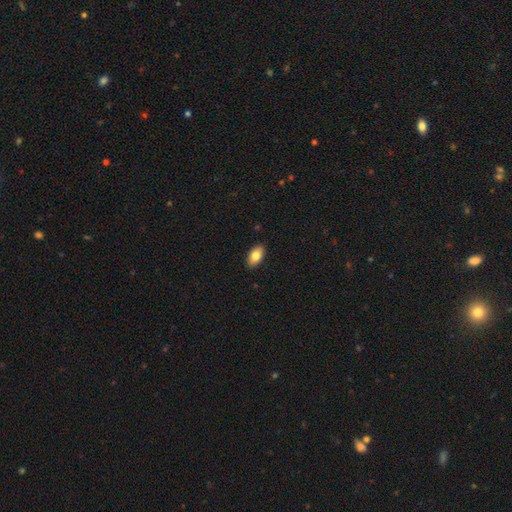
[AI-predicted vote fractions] A smooth galaxy with no disk features (81%) that is in between round and cigar-shaped (93%).

Vote fractions:
- Smooth or featured? smooth: 81% / featured or disk: 12% / star or artifact: 7%
- How rounded? in between: 93% / round: 4% / cigar-shaped: 3%
- Merging? none: 90% / minor disturbance: 8% / major disturbance: 2% / merger: 1%